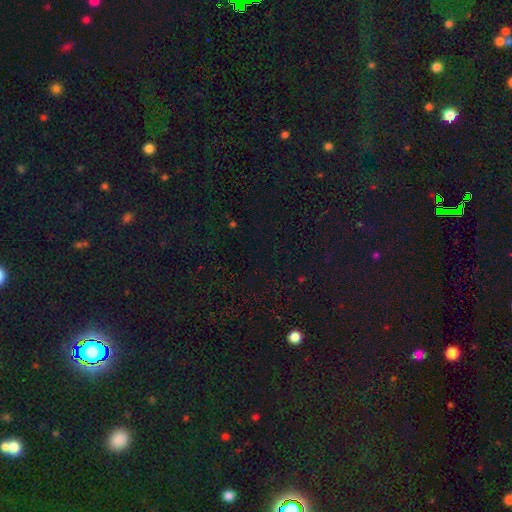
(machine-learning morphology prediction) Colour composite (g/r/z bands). It shows a star or artifact, not a galaxy (70%).